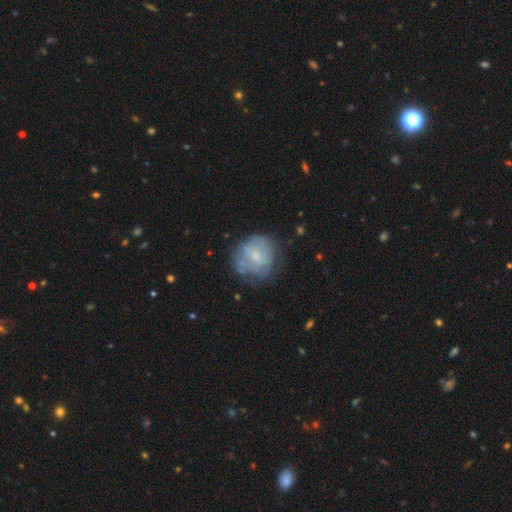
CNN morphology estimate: The model was most divided on "smooth or featured": smooth: 53%, featured or disk: 39%, star or artifact: 8%. More confident: how rounded — round (80%); merging — none (56%).